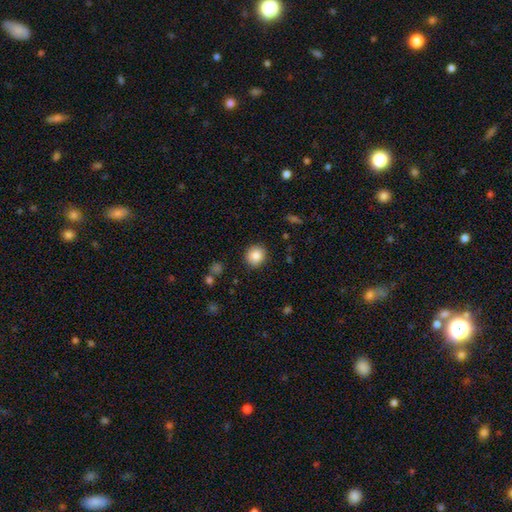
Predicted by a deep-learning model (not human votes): Smooth or featured? Predicted: smooth (p=0.86). How rounded? Predicted: round (p=0.84). Merging? Predicted: none (p=0.89).